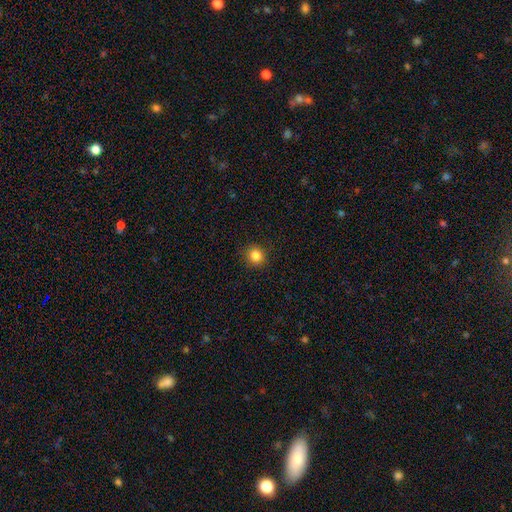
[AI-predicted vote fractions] Smooth or featured? smooth (85%)
How rounded? round (87%)
Merging? none (91%)